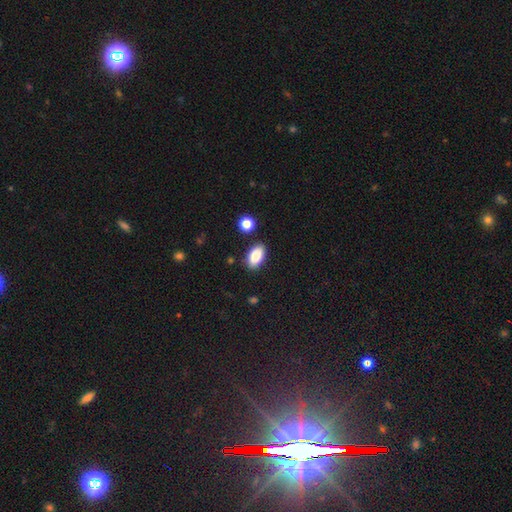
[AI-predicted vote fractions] Smooth or featured?
  - smooth: 88% *
  - star or artifact: 7%
  - featured or disk: 5%
How rounded?
  - in between: 93% *
  - round: 4%
  - cigar-shaped: 3%
Merging?
  - none: 85% *
  - minor disturbance: 10%
  - merger: 3%
  - major disturbance: 2%